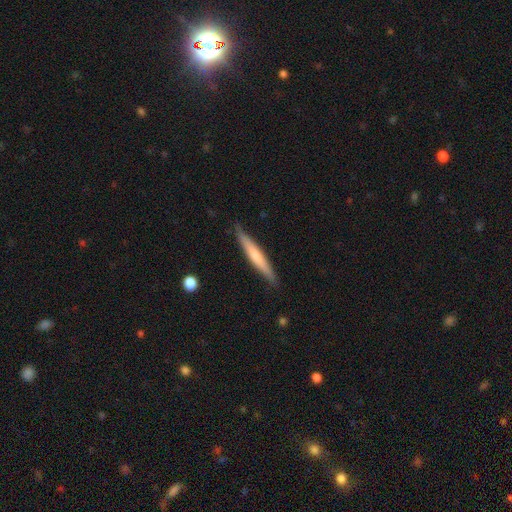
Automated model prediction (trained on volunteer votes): This is possibly a smooth galaxy (53%). How rounded: clearly cigar-shaped (94%). Merging: clearly none (87%).